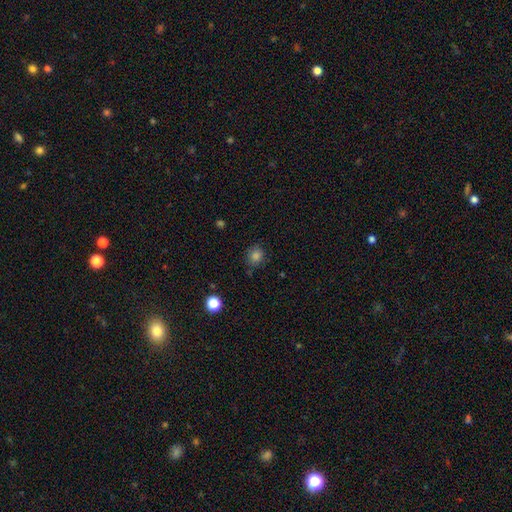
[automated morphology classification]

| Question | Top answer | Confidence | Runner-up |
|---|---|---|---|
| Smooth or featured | smooth | 81% | star or artifact (14%) |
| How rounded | round | 76% | in between (23%) |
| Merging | none | 78% | minor disturbance (15%) |